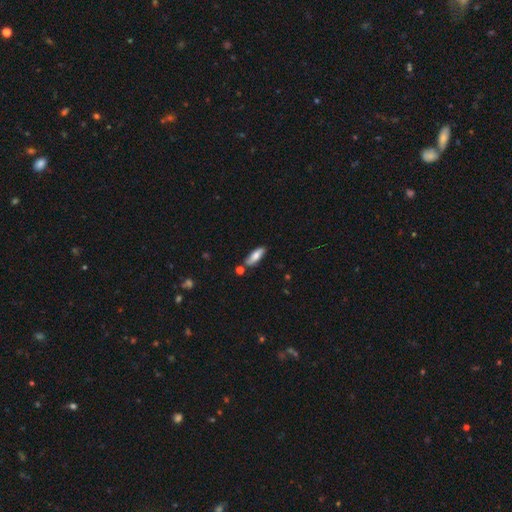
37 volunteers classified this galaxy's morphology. Smooth or featured? smooth (70%)
How rounded? cigar-shaped (62%)
Merging? none (83%)